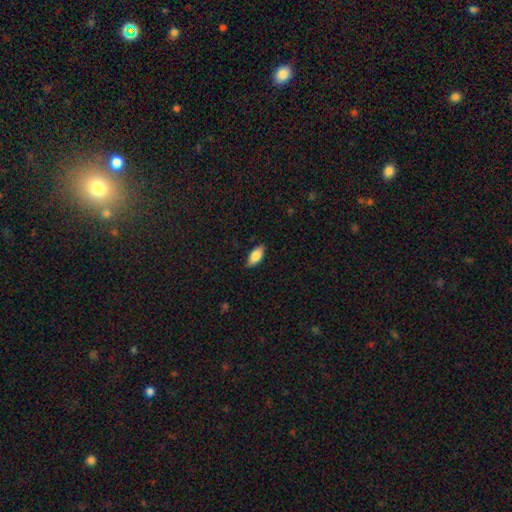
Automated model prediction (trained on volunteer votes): Smooth or featured?
  - smooth: 83% *
  - featured or disk: 11%
  - star or artifact: 6%
How rounded?
  - in between: 88% *
  - cigar-shaped: 10%
  - round: 2%
Merging?
  - none: 86% *
  - minor disturbance: 11%
  - major disturbance: 2%
  - merger: 1%